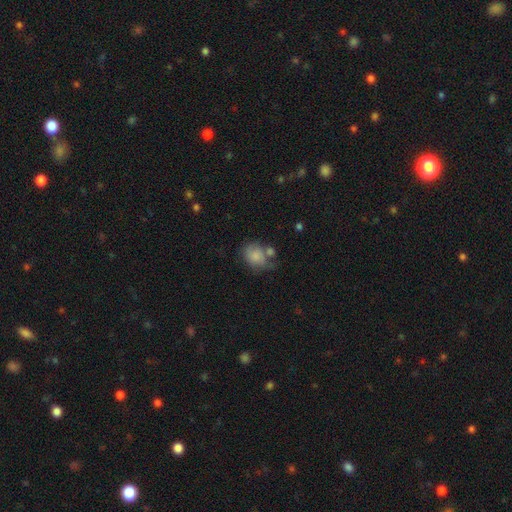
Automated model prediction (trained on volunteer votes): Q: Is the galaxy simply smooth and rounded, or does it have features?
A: smooth — 79%.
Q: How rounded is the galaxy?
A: in between — 54%.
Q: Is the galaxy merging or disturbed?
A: none — 39%.